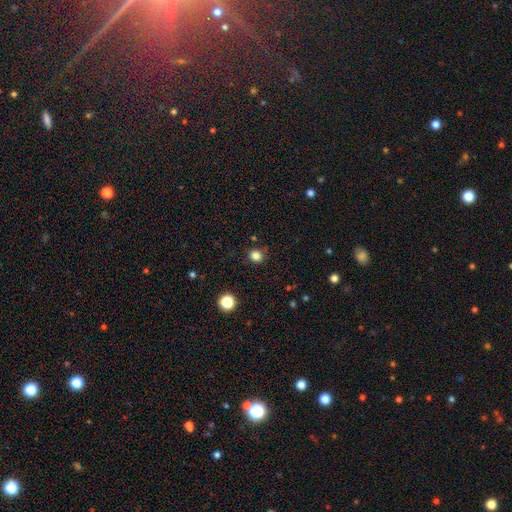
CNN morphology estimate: This appears to be a smooth galaxy with no disk features (83%) that is round (88%). Merging: none (87%).